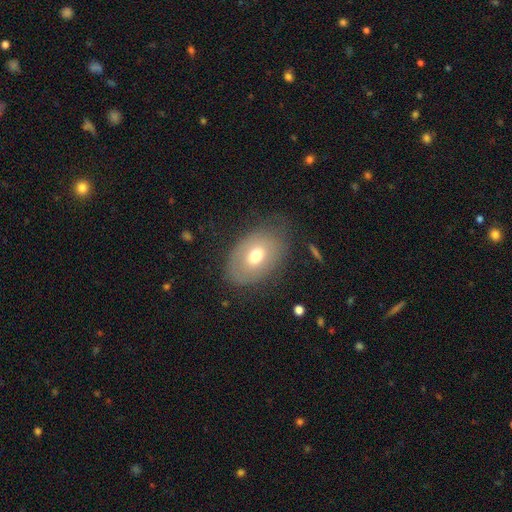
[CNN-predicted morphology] Smooth or featured: smooth — 60% (featured or disk — 31%)
How rounded: in between — 81% (round — 18%)
Merging: none — 66% (minor disturbance — 22%)